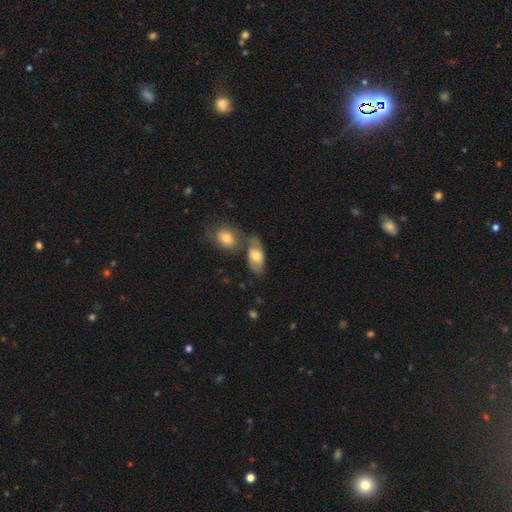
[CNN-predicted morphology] Smooth or featured: smooth — 59% (featured or disk — 34%)
How rounded: in between — 90% (round — 6%)
Merging: none — 39% (tied with merger — 39%)